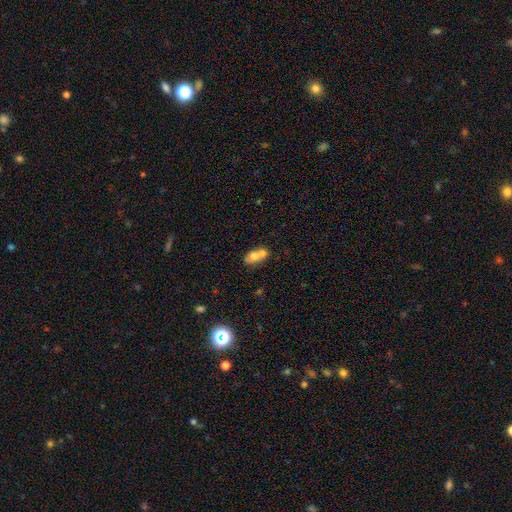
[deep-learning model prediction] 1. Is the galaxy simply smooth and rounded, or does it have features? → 67% smooth, 24% featured or disk, 9% star or artifact.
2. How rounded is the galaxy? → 76% in between, 19% round, 5% cigar-shaped.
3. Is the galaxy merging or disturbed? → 56% merger, 29% none, 10% minor disturbance, 4% major disturbance.